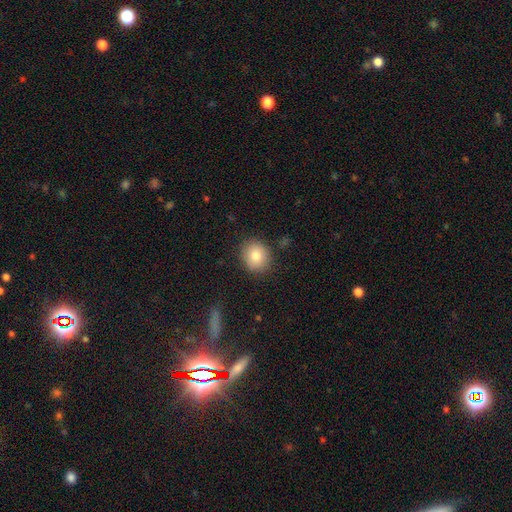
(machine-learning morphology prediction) Smooth or featured: smooth — 83% (star or artifact — 9%)
How rounded: round — 75% (in between — 24%)
Merging: none — 86% (minor disturbance — 10%)